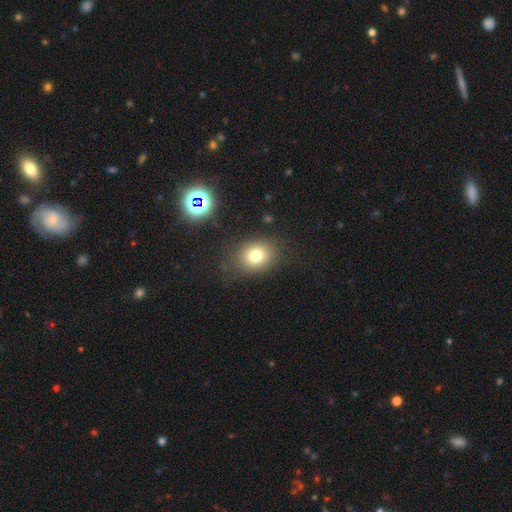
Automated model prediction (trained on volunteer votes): The model was most divided on "how rounded": round: 52%, in between: 47%, cigar-shaped: 1%. More confident: merging — none (77%); smooth or featured — smooth (76%).